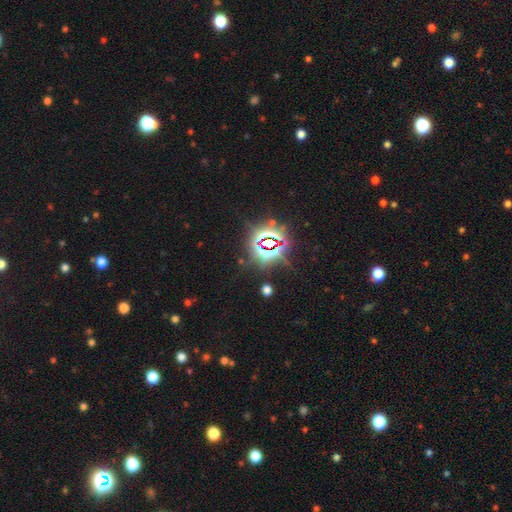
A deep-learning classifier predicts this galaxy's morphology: Smooth or featured? star or artifact (82%)